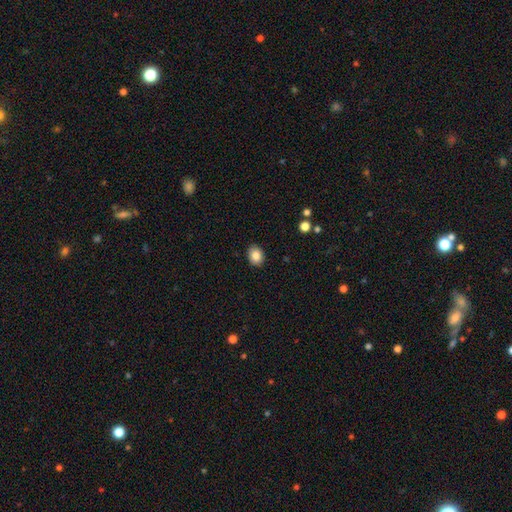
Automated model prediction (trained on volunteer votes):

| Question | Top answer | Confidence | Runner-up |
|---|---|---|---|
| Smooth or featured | smooth | 85% | star or artifact (9%) |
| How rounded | in between | 59% | round (40%) |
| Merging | none | 89% | minor disturbance (8%) |